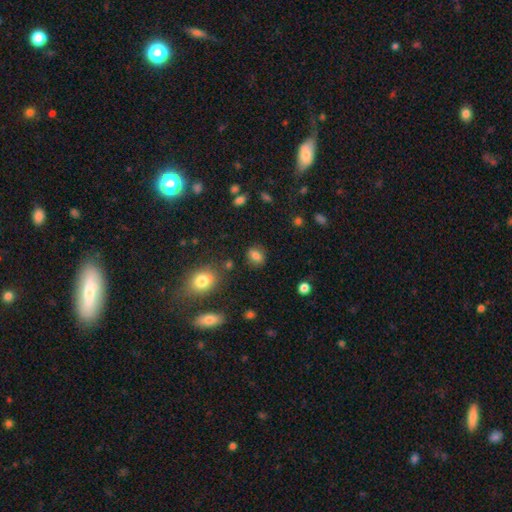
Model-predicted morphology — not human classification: smooth 80%, star or artifact 11%, featured or disk 8%. Down the decision tree: how rounded — in between (62%); merging — none (83%).